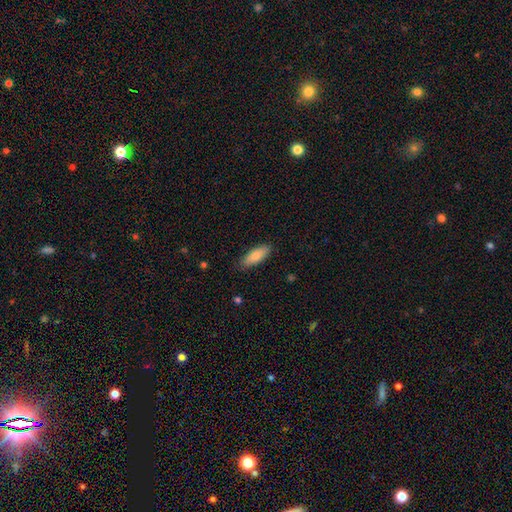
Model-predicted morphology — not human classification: Smooth or featured?
  - smooth: 84% *
  - featured or disk: 10%
  - star or artifact: 6%
How rounded?
  - in between: 69% *
  - cigar-shaped: 29%
  - round: 2%
Merging?
  - none: 86% *
  - minor disturbance: 11%
  - major disturbance: 2%
  - merger: 1%